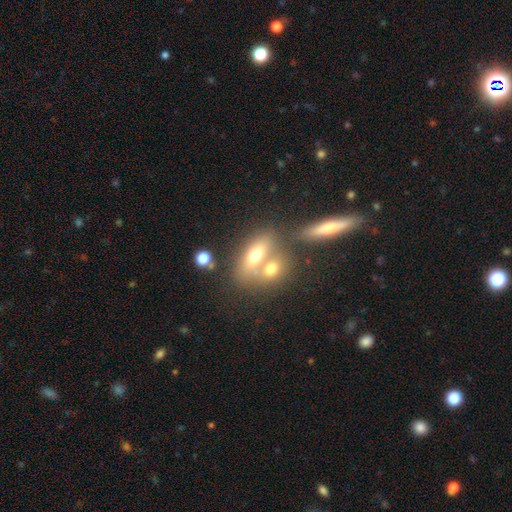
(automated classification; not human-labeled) Smooth or featured? Predicted: smooth (p=0.63). How rounded? Predicted: in between (p=0.72). Merging? Predicted: merger (p=0.53).